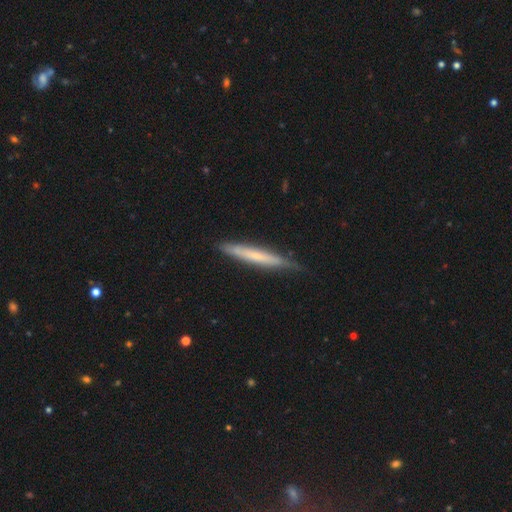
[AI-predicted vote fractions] Smooth or featured? featured or disk (48%)
Merging? none (82%)